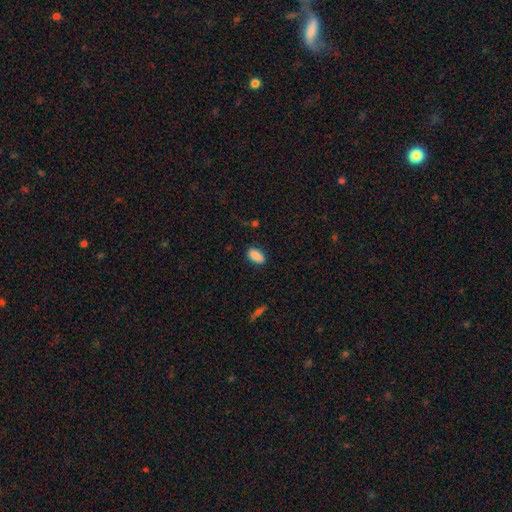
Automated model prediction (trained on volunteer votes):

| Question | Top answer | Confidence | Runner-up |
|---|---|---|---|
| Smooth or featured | smooth | 89% | star or artifact (7%) |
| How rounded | in between | 93% | round (5%) |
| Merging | none | 85% | minor disturbance (11%) |